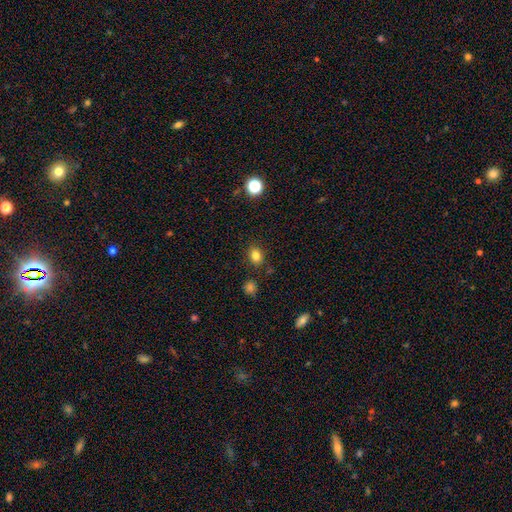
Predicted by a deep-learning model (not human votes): The model was most divided on "how rounded": in between: 53%, round: 46%, cigar-shaped: 1%. More confident: merging — none (84%); smooth or featured — smooth (81%).